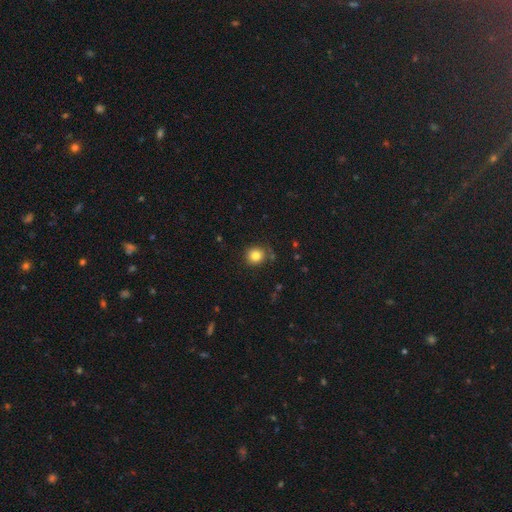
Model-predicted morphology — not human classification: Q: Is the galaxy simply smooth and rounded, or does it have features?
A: smooth — 82%.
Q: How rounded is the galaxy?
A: round — 89%.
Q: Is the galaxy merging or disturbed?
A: none — 83%.